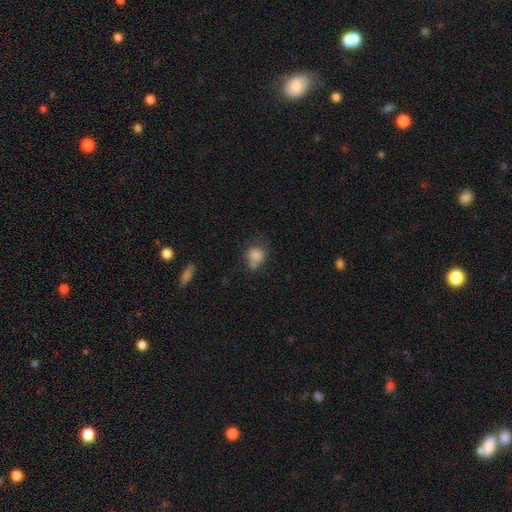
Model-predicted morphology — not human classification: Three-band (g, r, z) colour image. It shows a smooth galaxy with no disk features (81%) that is round (70%). Merging: none (50%).